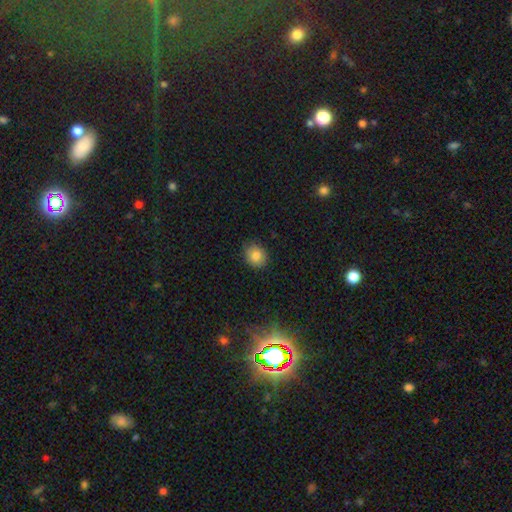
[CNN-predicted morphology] Smooth or featured? smooth (83%)
How rounded? round (75%)
Merging? none (88%)